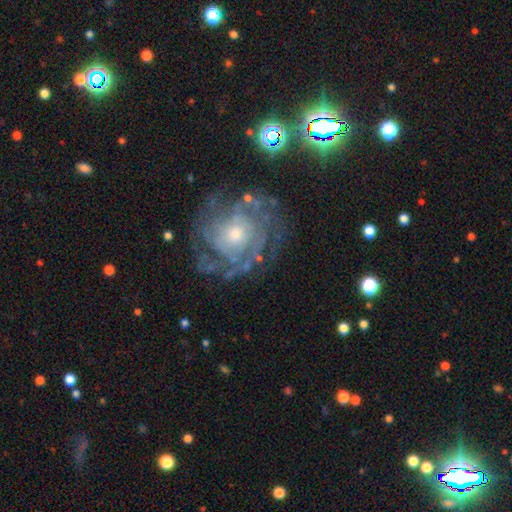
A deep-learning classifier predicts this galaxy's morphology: A featured or disk galaxy (78%) with no bar (72%), tight (76%) spiral arms (97%) and a small central bulge (59%).

Vote fractions:
- Smooth or featured? featured or disk: 78% / star or artifact: 14% / smooth: 8%
- Edge-on disk? no: 97% / yes: 3%
- Bar? no: 72% / weak: 21% / strong: 7%
- Spiral arms? yes: 97% / no: 3%
- Spiral winding? tight: 76% / medium: 20% / loose: 4%
- Spiral arm count? can't tell: 29% / 3: 19% / 4: 18% / 2: 14% / more than 4: 11% / 1: 9%
- Bulge size? small: 59% / moderate: 36% / large: 3% / none: 2% / dominant: 1%
- Merging? none: 80% / minor disturbance: 13% / major disturbance: 6% / merger: 2%